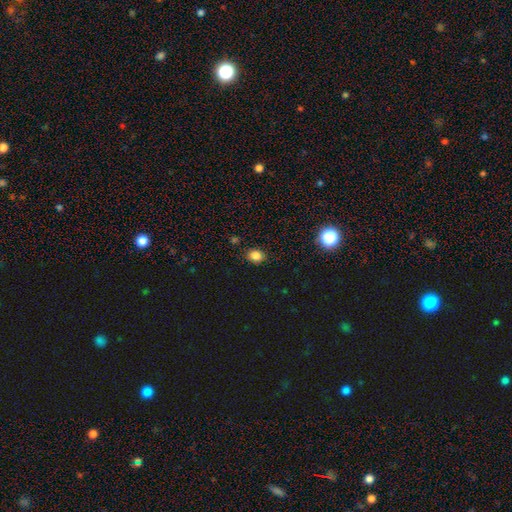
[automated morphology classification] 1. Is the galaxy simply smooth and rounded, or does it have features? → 82% smooth, 14% star or artifact, 4% featured or disk.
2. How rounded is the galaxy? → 54% round, 45% in between, 1% cigar-shaped.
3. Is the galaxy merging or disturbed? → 87% none, 9% minor disturbance, 2% major disturbance, 2% merger.